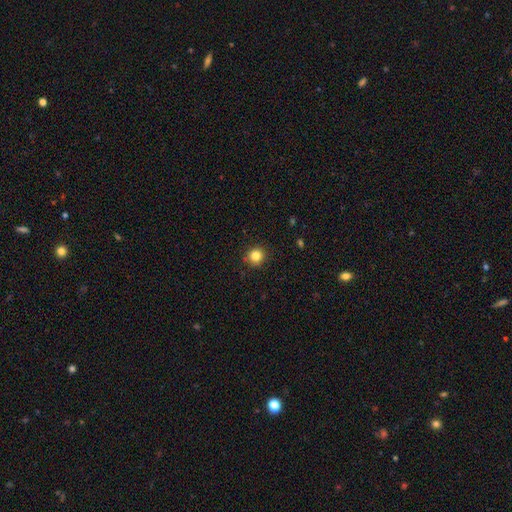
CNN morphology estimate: Overall: smooth (83%). How rounded: round (90%). Merging: none (90%).